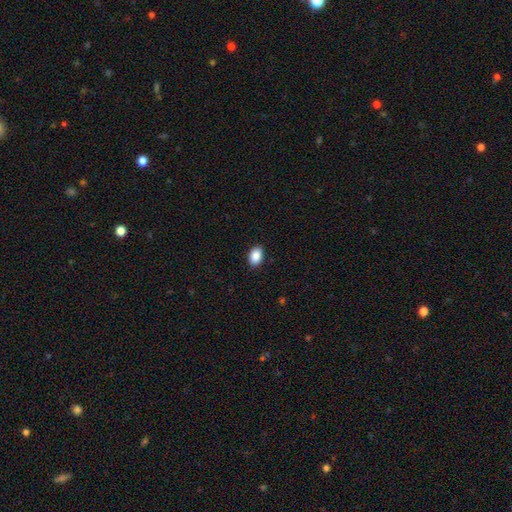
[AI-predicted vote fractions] A smooth galaxy with no disk features (89%) that is in between round and cigar-shaped (88%). Merging: none (90%).